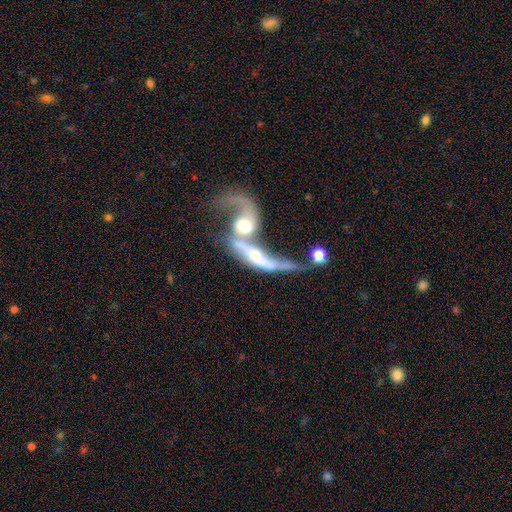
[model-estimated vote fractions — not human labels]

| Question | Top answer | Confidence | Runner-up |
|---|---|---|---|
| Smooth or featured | featured or disk | 70% | smooth (22%) |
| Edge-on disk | no | 81% | yes (19%) |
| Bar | no | 62% | weak (25%) |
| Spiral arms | yes | 70% | no (30%) |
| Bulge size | moderate | 49% | small (22%) |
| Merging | merger | 74% | major disturbance (13%) |